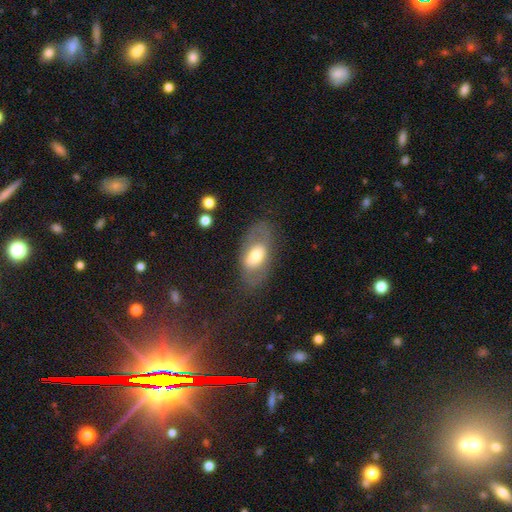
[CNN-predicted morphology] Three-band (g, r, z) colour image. It shows a smooth galaxy with no disk features (52%) that is in between round and cigar-shaped (88%). Merging: none (69%).